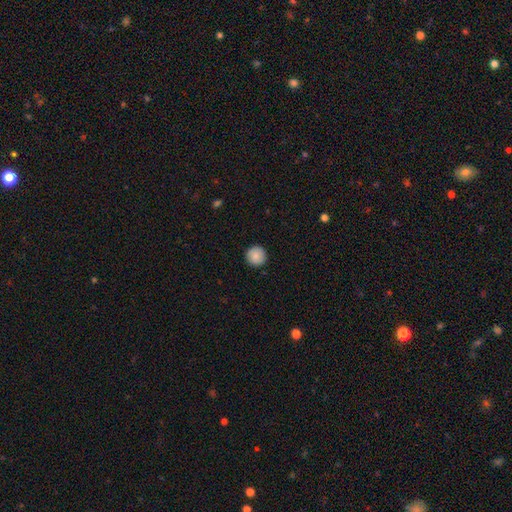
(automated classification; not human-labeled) Smooth or featured?
  - smooth: 87% *
  - star or artifact: 7%
  - featured or disk: 6%
How rounded?
  - round: 96% *
  - in between: 3%
  - cigar-shaped: 1%
Merging?
  - none: 92% *
  - minor disturbance: 5%
  - major disturbance: 1%
  - merger: 1%